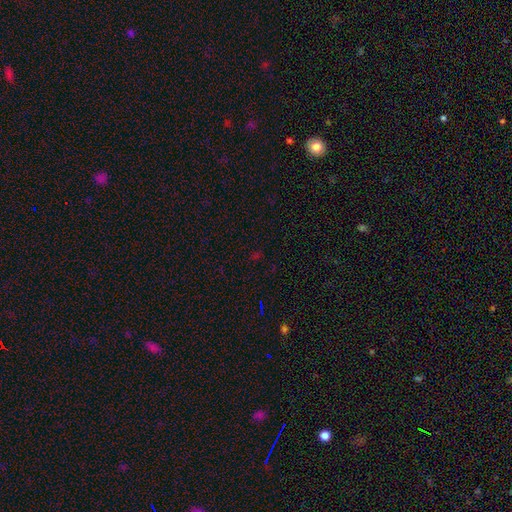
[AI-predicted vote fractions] Smooth or featured? star or artifact (64%)